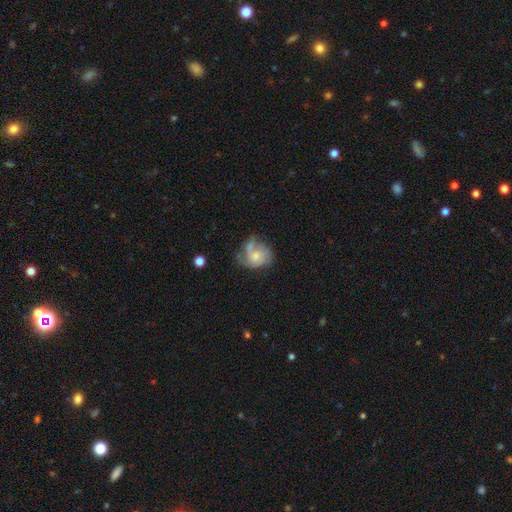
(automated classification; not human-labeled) The model was most divided on "spiral winding": medium: 42%, tight: 41%, loose: 17%. Remaining: edge-on disk — no (98%); spiral arms — yes (88%); bar — no (76%); smooth or featured — featured or disk (69%); merging — none (48%); bulge size — small (48%); spiral arm count — 3 (37%).